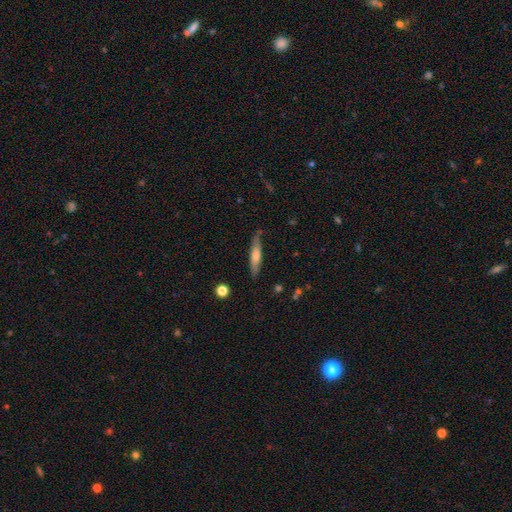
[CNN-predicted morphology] Smooth or featured: smooth — 57% (featured or disk — 37%)
How rounded: cigar-shaped — 85% (in between — 13%)
Merging: none — 82% (minor disturbance — 13%)